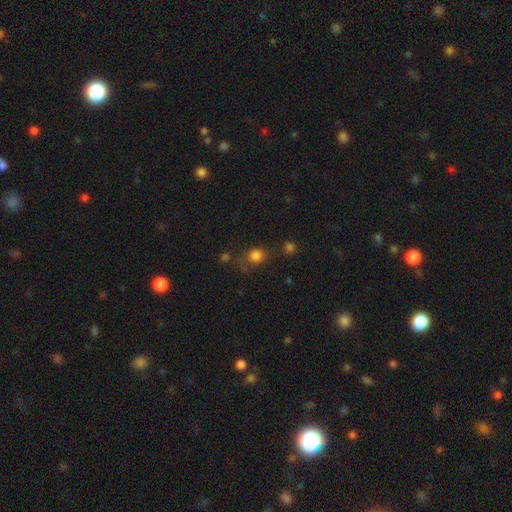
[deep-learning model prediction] This is likely a smooth galaxy (80%). How rounded: likely round (77%). Merging: likely none (64%).